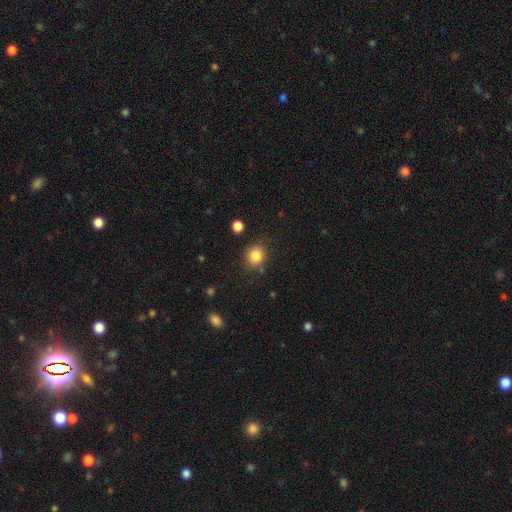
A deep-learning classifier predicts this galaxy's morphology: smooth_or_featured: smooth (p=0.84) [alt: star or artifact p=0.11]
how_rounded: round (p=0.79) [alt: in between p=0.20]
merging: none (p=0.82) [alt: minor disturbance p=0.11]